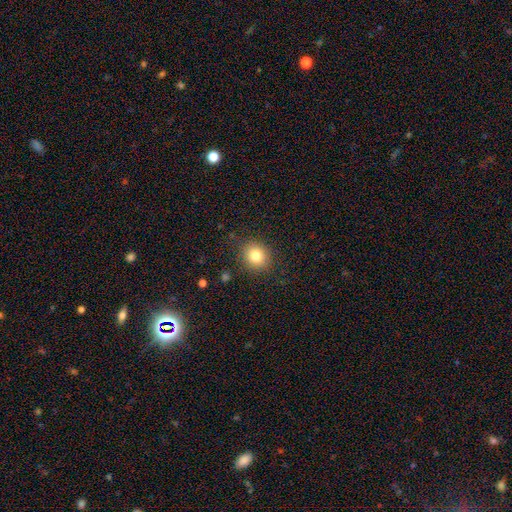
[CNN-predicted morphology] A smooth galaxy with no disk features (80%) that is round (81%). Merging: none (88%).